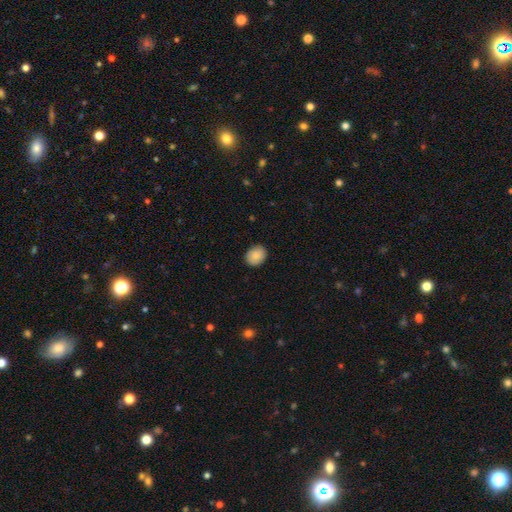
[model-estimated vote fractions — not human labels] Smooth or featured? Predicted: smooth (p=0.88). How rounded? Predicted: round (p=0.59). Merging? Predicted: none (p=0.89).